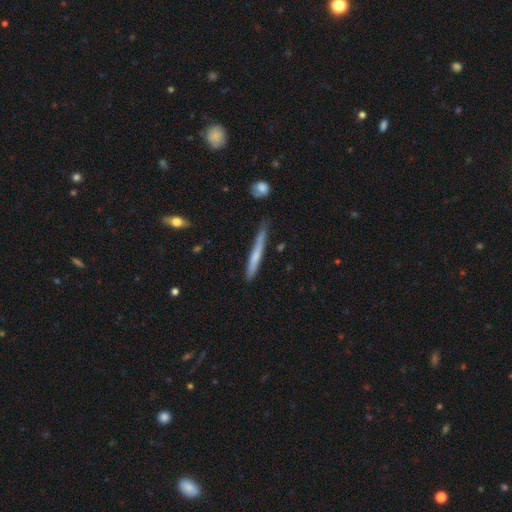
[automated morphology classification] Q: Smooth or featured?
A: smooth (56%); runner-up: featured or disk (38%)
Q: How rounded?
A: cigar-shaped (96%); runner-up: in between (2%)
Q: Merging?
A: none (76%); runner-up: minor disturbance (18%)